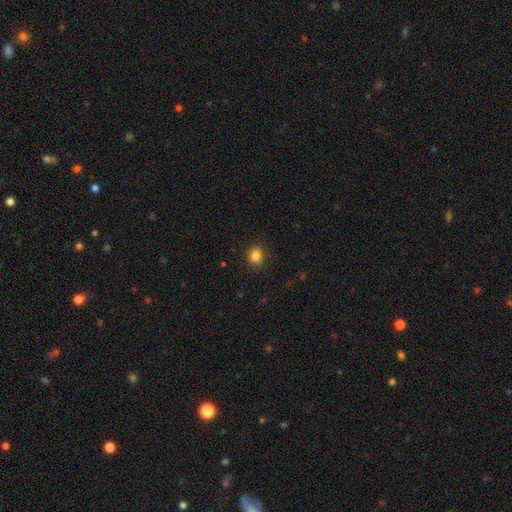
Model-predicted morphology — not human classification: Smooth or featured?
  - smooth: 84% *
  - star or artifact: 11%
  - featured or disk: 5%
How rounded?
  - round: 74% *
  - in between: 25%
  - cigar-shaped: 1%
Merging?
  - none: 87% *
  - minor disturbance: 9%
  - major disturbance: 2%
  - merger: 1%